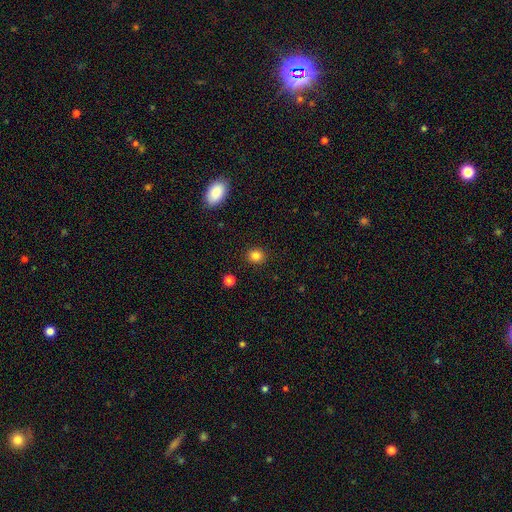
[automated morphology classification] This appears to be a smooth galaxy with no disk features (84%) that is round (82%). Merging: none (91%).